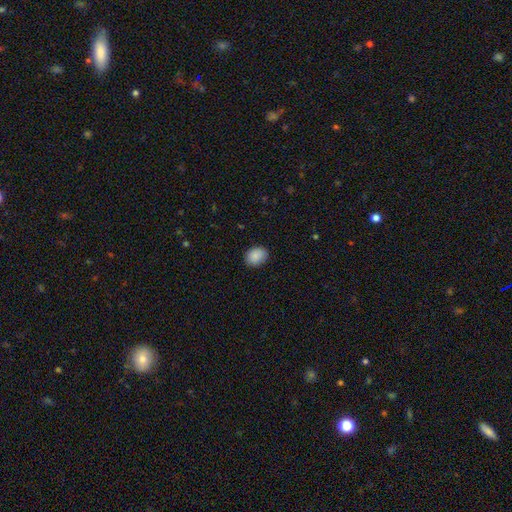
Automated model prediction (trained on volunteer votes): The model was most divided on "how rounded": in between: 58%, round: 41%, cigar-shaped: 1%. More confident: smooth or featured — smooth (88%); merging — none (87%).